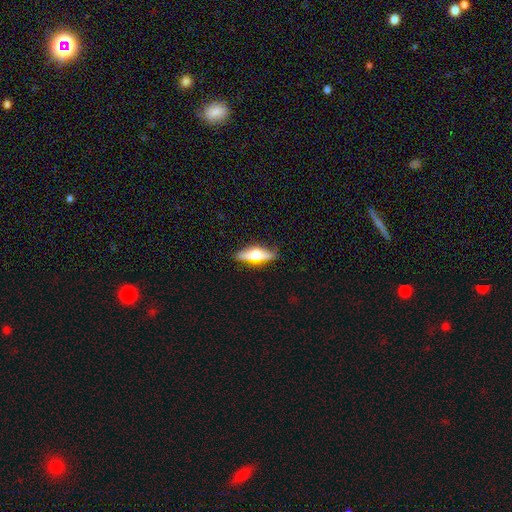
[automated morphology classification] A featured or disk galaxy (53%) viewed edge-on (91%). Merging: none (85%).